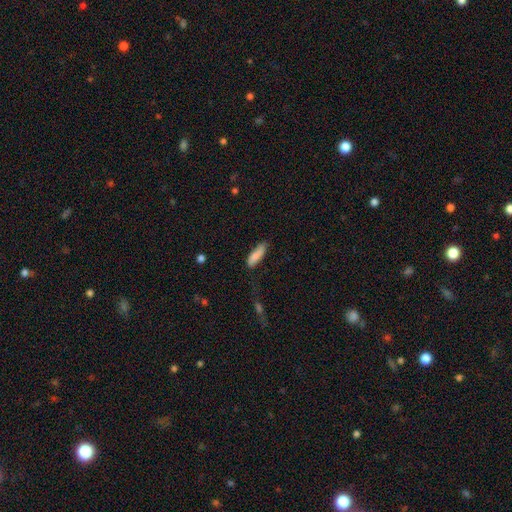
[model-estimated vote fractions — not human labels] The model was most divided on "how rounded": cigar-shaped: 51%, in between: 48%, round: 2%. More confident: smooth or featured — smooth (82%); merging — none (69%).